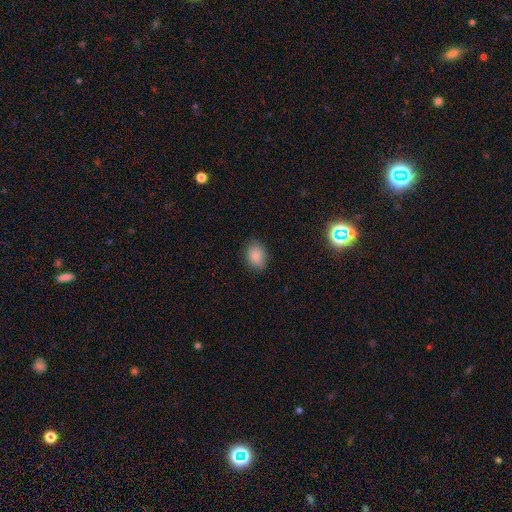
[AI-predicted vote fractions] A smooth galaxy with no disk features (87%) that is in between round and cigar-shaped (70%).

Vote fractions:
- Smooth or featured? smooth: 87% / star or artifact: 9% / featured or disk: 4%
- How rounded? in between: 70% / round: 29% / cigar-shaped: 1%
- Merging? none: 82% / minor disturbance: 14% / major disturbance: 3% / merger: 1%